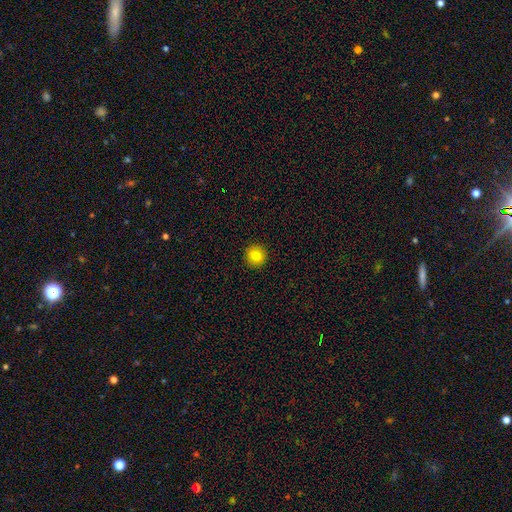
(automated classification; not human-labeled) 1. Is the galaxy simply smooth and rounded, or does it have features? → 83% smooth, 10% star or artifact, 7% featured or disk.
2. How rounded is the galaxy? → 92% round, 7% in between, 1% cigar-shaped.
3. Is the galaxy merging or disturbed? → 93% none, 5% minor disturbance, 2% major disturbance, 1% merger.